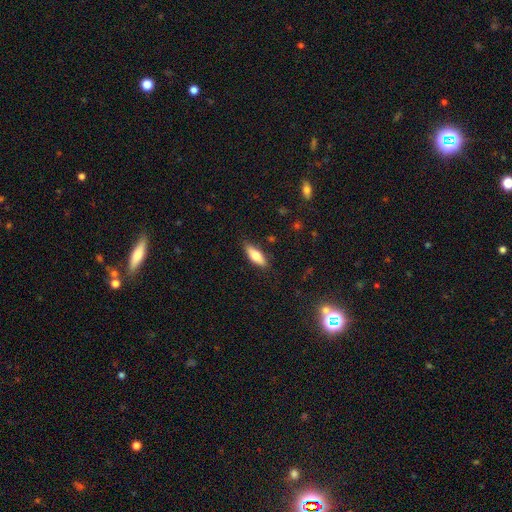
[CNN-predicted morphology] A smooth galaxy with no disk features (71%) that is in between round and cigar-shaped (62%).

Vote fractions:
- Smooth or featured? smooth: 71% / featured or disk: 23% / star or artifact: 6%
- How rounded? in between: 62% / cigar-shaped: 35% / round: 2%
- Merging? none: 84% / minor disturbance: 12% / major disturbance: 2% / merger: 1%